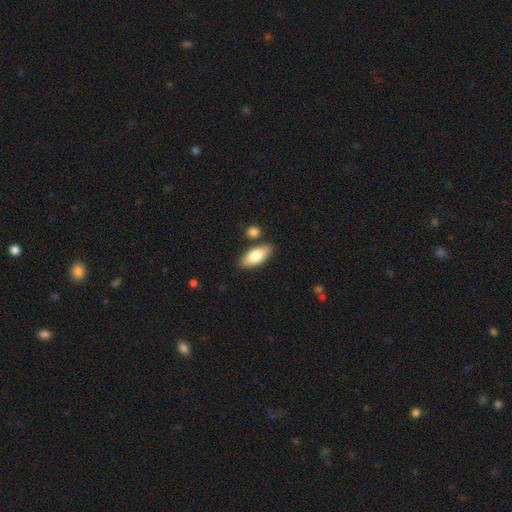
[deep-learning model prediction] This appears to be a smooth galaxy with no disk features (74%) that is in between round and cigar-shaped (81%). Merging: none (80%).